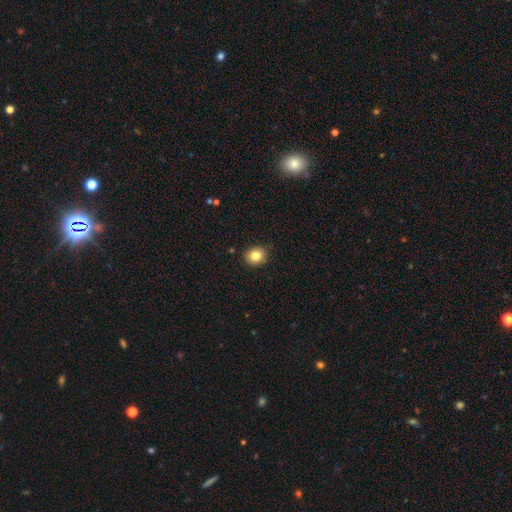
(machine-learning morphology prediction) A smooth galaxy with no disk features (83%) that is round (69%). Merging: none (88%).